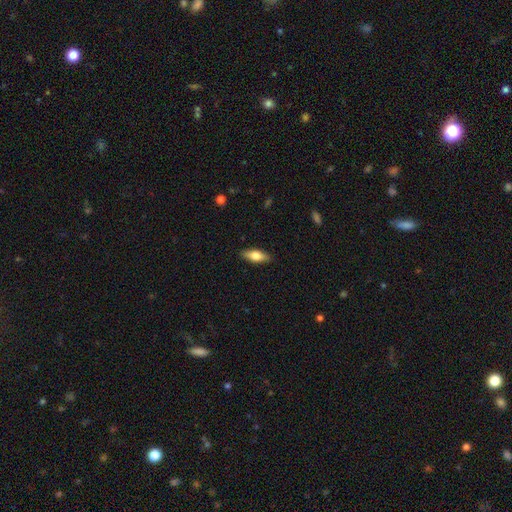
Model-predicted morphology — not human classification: Smooth or featured: smooth — 68% (featured or disk — 26%)
How rounded: in between — 71% (cigar-shaped — 26%)
Merging: none — 89% (minor disturbance — 8%)